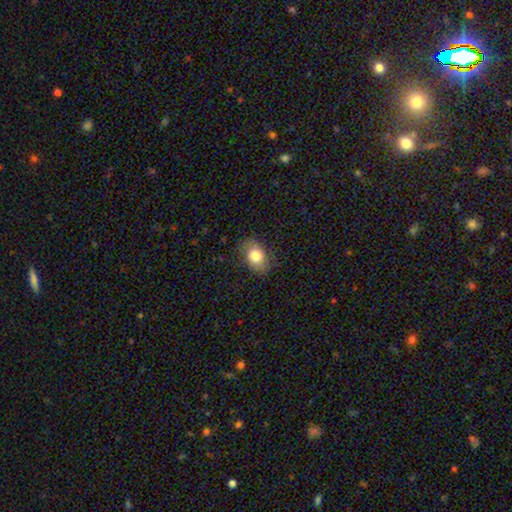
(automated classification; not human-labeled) A smooth galaxy with no disk features (79%) that is in between round and cigar-shaped (77%). Merging: none (80%).